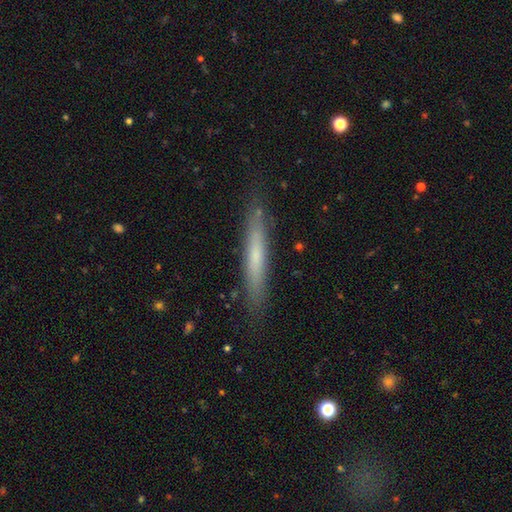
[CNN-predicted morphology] The model was most divided on "smooth or featured": smooth: 53%, featured or disk: 40%, star or artifact: 7%. More confident: how rounded — cigar-shaped (94%); merging — none (85%).